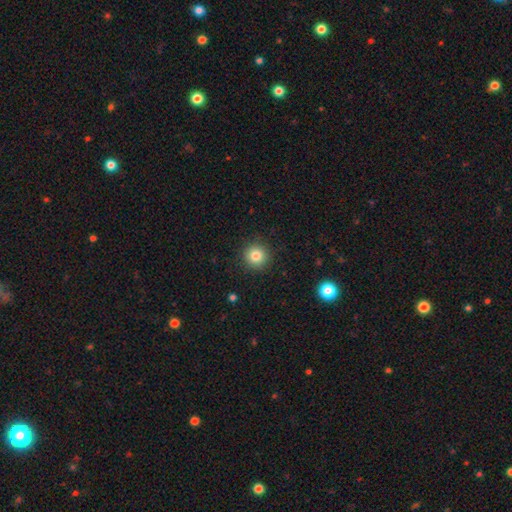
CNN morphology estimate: smooth-or-featured: smooth: 82% | star or artifact: 11% | featured or disk: 7%
  how-rounded: round: 95% | in between: 4% | cigar-shaped: 1%
  merging: none: 91% | minor disturbance: 6% | major disturbance: 2% | merger: 1%